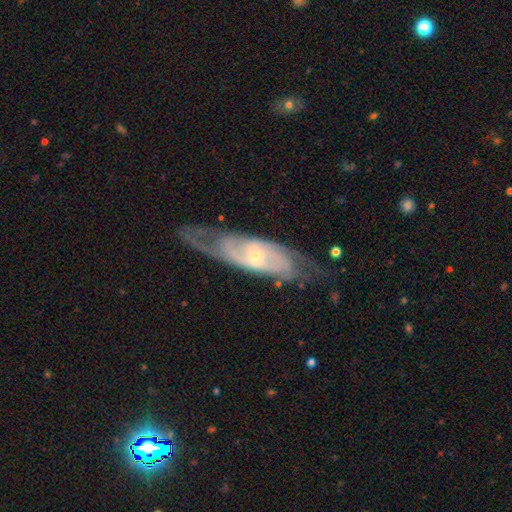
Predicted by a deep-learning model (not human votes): This appears to be a featured or disk galaxy (84%) with no bar (46%), 2 (60%) tight (43%, tied with medium) spiral arms (94%) and a small central bulge (71%). Merging: none (67%).